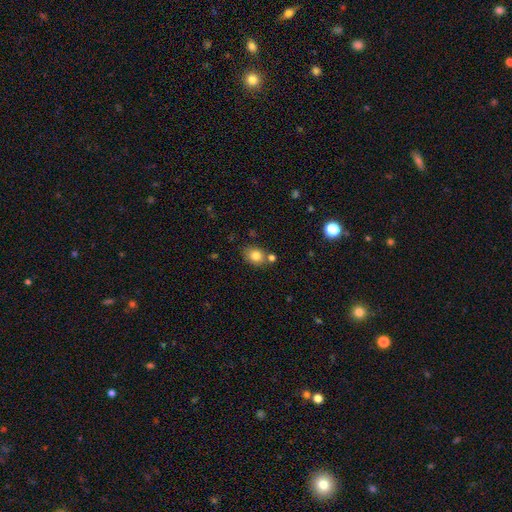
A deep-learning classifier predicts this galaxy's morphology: A smooth galaxy with no disk features (83%) that is in between round and cigar-shaped (52%).

Vote fractions:
- Smooth or featured? smooth: 83% / star or artifact: 10% / featured or disk: 8%
- How rounded? in between: 52% / round: 47% / cigar-shaped: 1%
- Merging? none: 67% / merger: 15% / minor disturbance: 14% / major disturbance: 4%